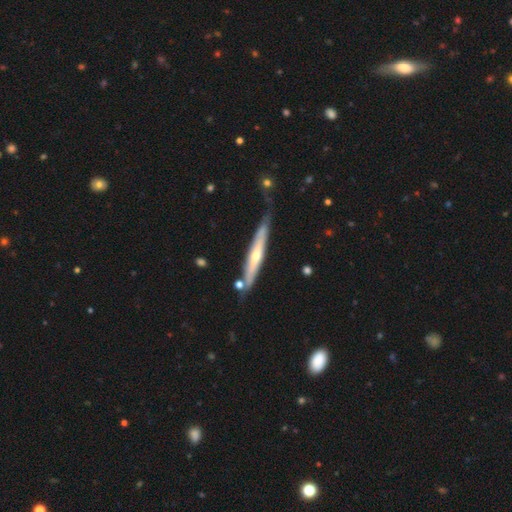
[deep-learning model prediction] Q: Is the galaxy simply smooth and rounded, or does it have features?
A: featured or disk — 62%.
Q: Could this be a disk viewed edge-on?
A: yes — 88%.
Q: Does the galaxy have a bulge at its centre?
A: rounded — 67%.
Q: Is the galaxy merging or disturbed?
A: none — 65%.